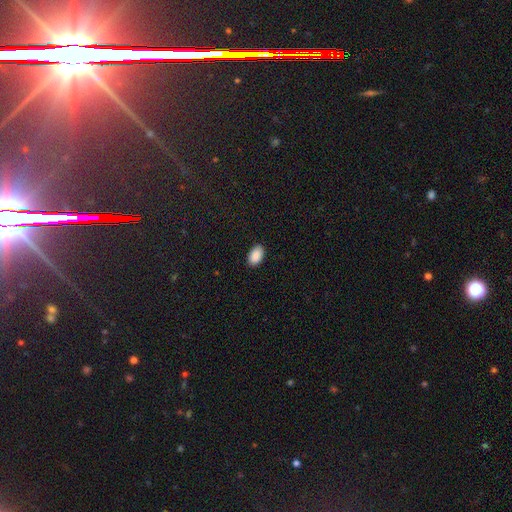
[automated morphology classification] A smooth galaxy with no disk features (90%) that is in between round and cigar-shaped (93%). Merging: none (88%).